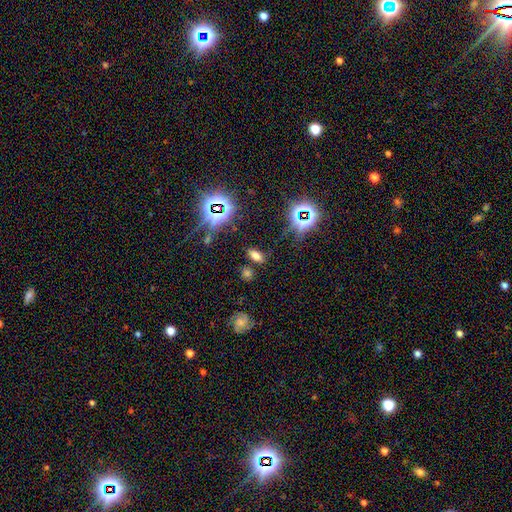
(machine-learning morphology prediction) A smooth galaxy with no disk features (58%) that is in between round and cigar-shaped (80%). Merging: none (80%).